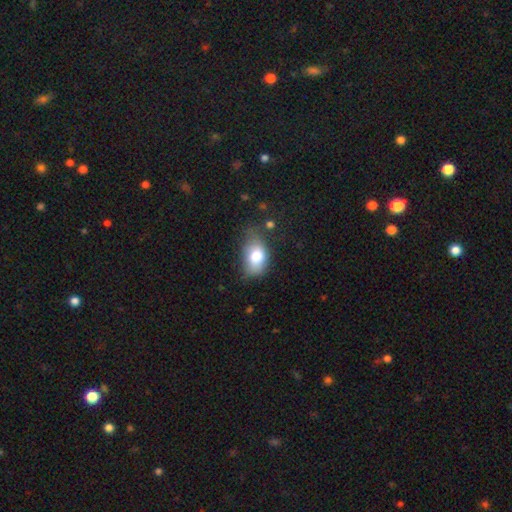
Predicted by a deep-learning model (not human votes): Smooth or featured? smooth (77%)
How rounded? in between (86%)
Merging? none (44%)